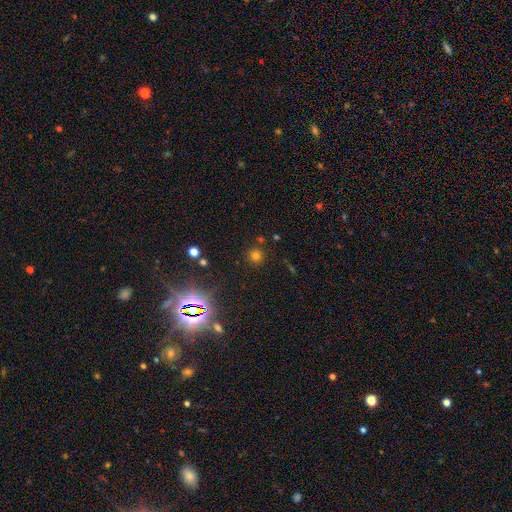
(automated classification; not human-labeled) Smooth or featured: smooth — 67% (star or artifact — 25%)
How rounded: round — 93% (in between — 6%)
Merging: none — 85% (minor disturbance — 8%)